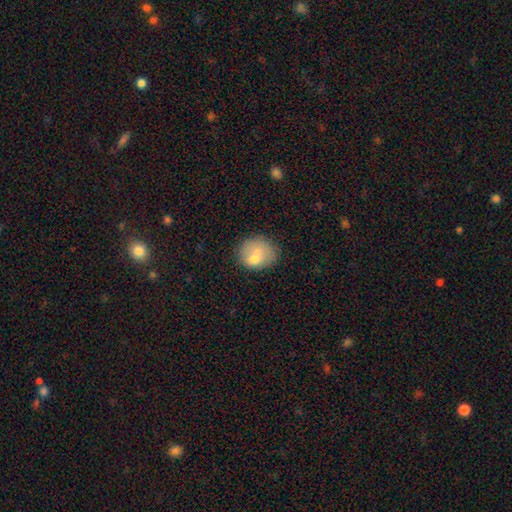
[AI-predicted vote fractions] A smooth galaxy with no disk features (71%) that is round (63%).

Vote fractions:
- Smooth or featured? smooth: 71% / featured or disk: 20% / star or artifact: 9%
- How rounded? round: 63% / in between: 36% / cigar-shaped: 1%
- Merging? none: 51% / minor disturbance: 22% / merger: 16% / major disturbance: 10%